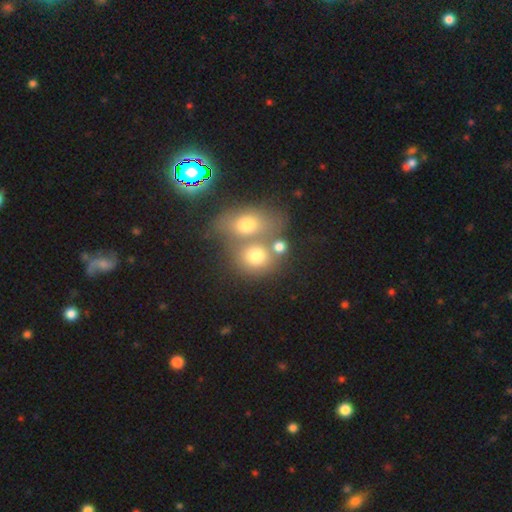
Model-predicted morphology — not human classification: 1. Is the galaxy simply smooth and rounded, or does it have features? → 70% smooth, 16% featured or disk, 14% star or artifact.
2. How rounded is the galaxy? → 67% round, 32% in between, 1% cigar-shaped.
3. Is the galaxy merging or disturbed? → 53% merger, 33% none, 8% minor disturbance, 5% major disturbance.